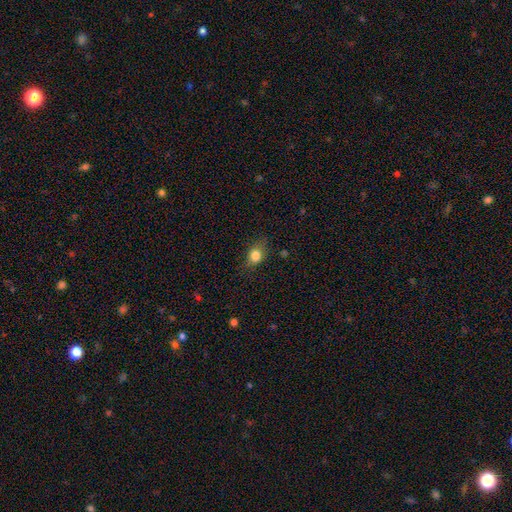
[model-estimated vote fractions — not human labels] smooth-or-featured: smooth: 82% | star or artifact: 10% | featured or disk: 8%
  how-rounded: in between: 53% | round: 45% | cigar-shaped: 2%
  merging: none: 73% | minor disturbance: 20% | major disturbance: 6% | merger: 1%